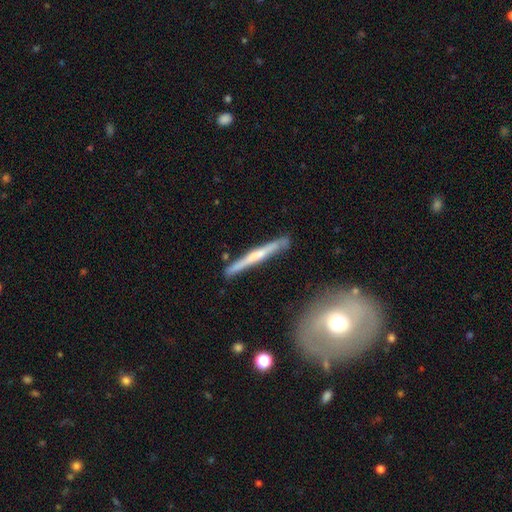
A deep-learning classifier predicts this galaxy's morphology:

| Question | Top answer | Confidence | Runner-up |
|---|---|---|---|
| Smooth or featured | featured or disk | 67% | smooth (24%) |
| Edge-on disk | yes | 92% | no (8%) |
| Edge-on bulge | rounded | 66% | none (26%) |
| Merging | none | 84% | minor disturbance (10%) |